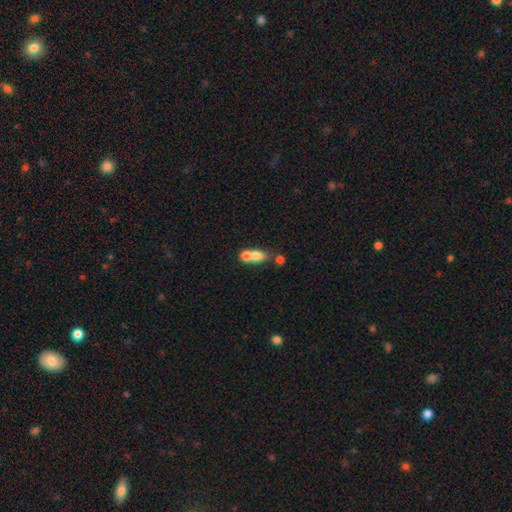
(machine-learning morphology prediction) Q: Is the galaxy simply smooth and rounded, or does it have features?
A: smooth — 72%.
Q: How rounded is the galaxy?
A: in between — 56%.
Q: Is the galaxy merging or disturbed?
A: merger — 65%.